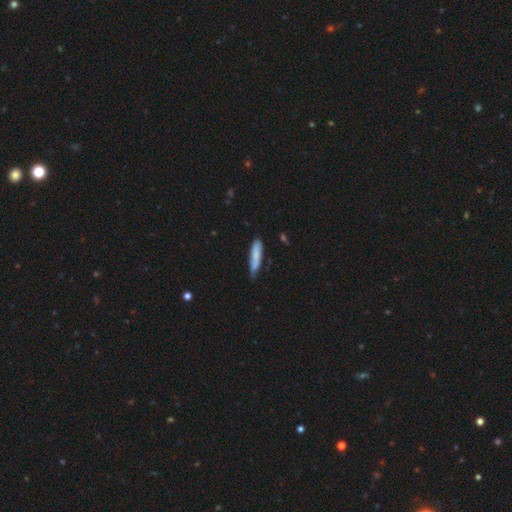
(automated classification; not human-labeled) The model was most divided on "merging": none: 63%, minor disturbance: 31%, major disturbance: 4%, merger: 2%. More confident: smooth or featured — smooth (80%); how rounded — cigar-shaped (78%).